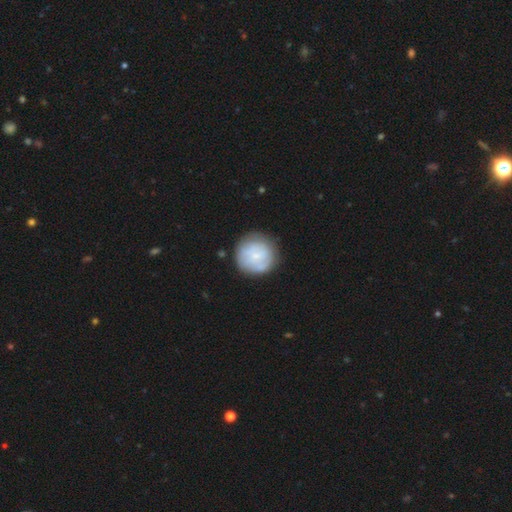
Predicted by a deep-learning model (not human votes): Smooth or featured? Predicted: smooth (p=0.61). How rounded? Predicted: round (p=0.94). Merging? Predicted: none (p=0.75).